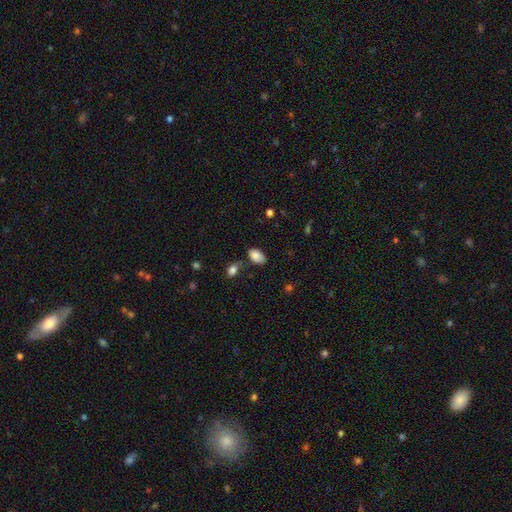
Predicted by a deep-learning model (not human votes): The model was most divided on "merging": none: 60%, minor disturbance: 24%, merger: 9%, major disturbance: 6%. More confident: how rounded — in between (93%); smooth or featured — smooth (84%).